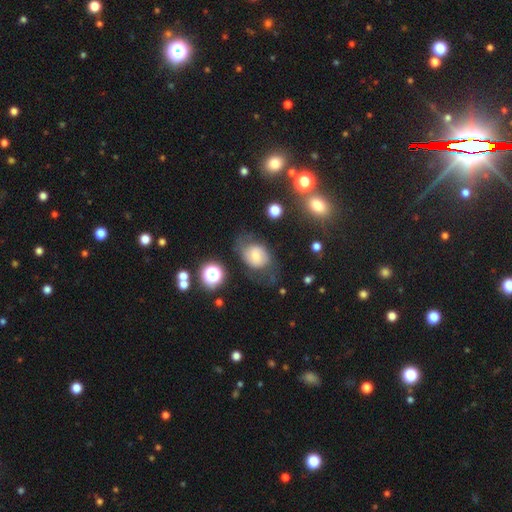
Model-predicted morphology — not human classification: smooth_or_featured: smooth (p=0.56) [alt: featured or disk p=0.31]
how_rounded: in between (p=0.59) [alt: round p=0.39]
merging: none (p=0.49) [alt: minor disturbance p=0.25]